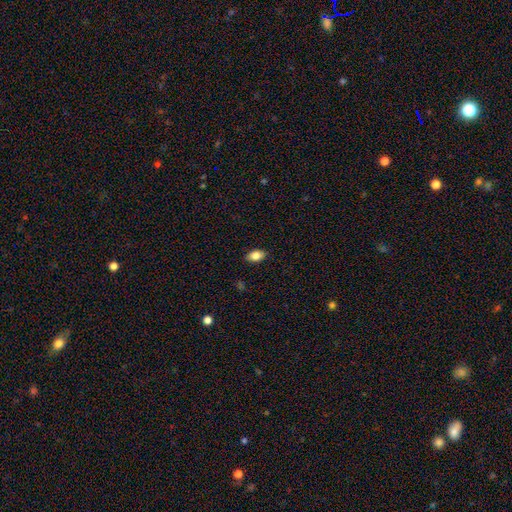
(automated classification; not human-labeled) Morphology: type=smooth (83%); roundness=in between (89%); merging=none (87%).